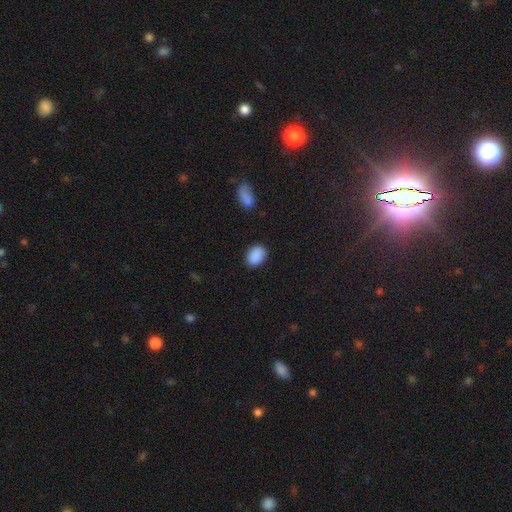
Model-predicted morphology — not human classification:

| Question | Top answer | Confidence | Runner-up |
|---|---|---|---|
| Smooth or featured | smooth | 90% | star or artifact (8%) |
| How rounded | in between | 75% | round (24%) |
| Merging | none | 86% | minor disturbance (10%) |